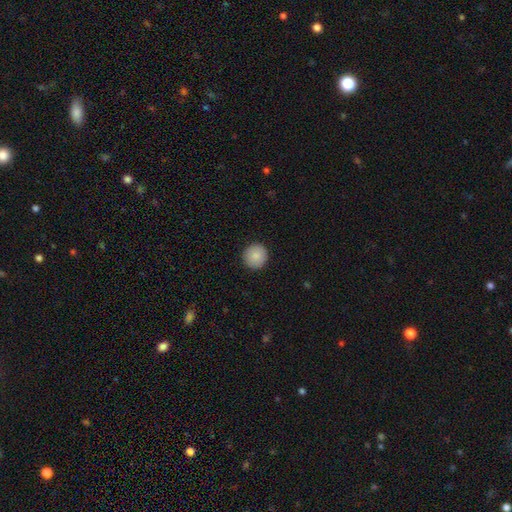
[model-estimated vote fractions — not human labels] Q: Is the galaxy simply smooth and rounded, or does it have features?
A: smooth — 87%.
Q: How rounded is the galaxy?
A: round — 94%.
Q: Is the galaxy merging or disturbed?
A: none — 92%.